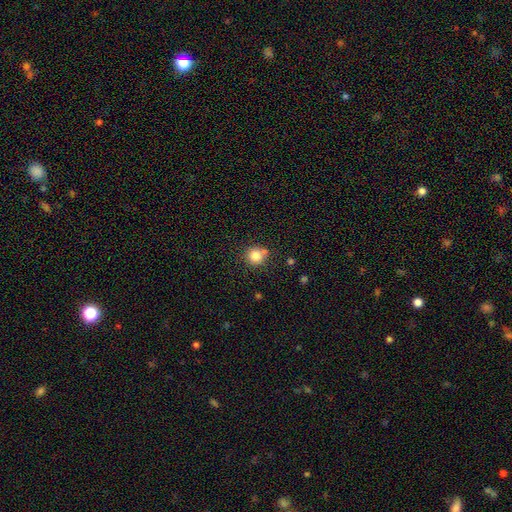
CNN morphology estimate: Smooth or featured? smooth (82%)
How rounded? round (91%)
Merging? none (71%)